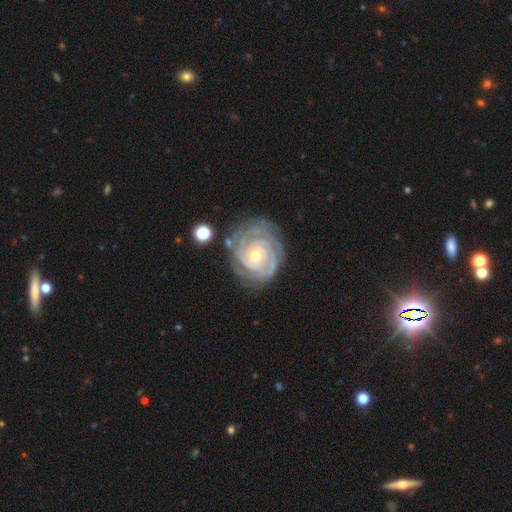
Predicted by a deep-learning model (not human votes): Smooth or featured? Predicted: featured or disk (p=0.90). Edge-on disk? Predicted: no (p=0.98). Bar? Predicted: no (p=0.74). Spiral arms? Predicted: yes (p=0.98). Spiral winding? Predicted: tight (p=0.83). Spiral arm count? Predicted: 3 (p=0.29). Bulge size? Predicted: small (p=0.70). Merging? Predicted: none (p=0.75).